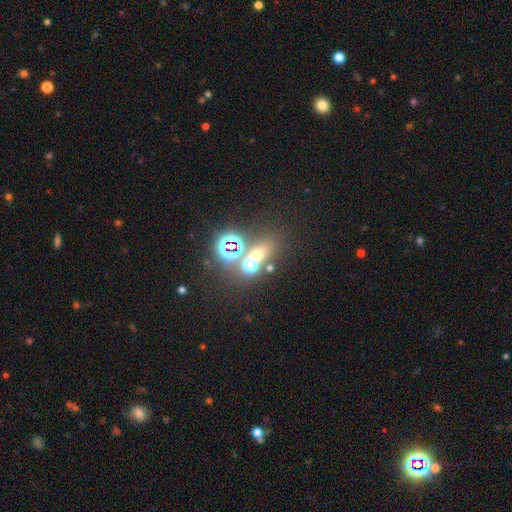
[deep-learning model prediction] A star or artifact, not a galaxy (46%).

Vote fractions:
- Smooth or featured? star or artifact: 46% / smooth: 41% / featured or disk: 13%